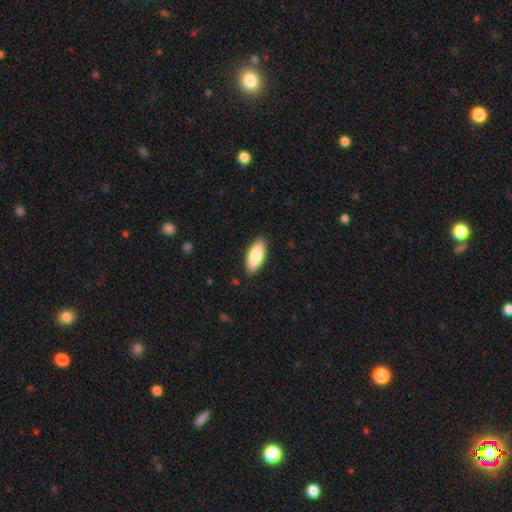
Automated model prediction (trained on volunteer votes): A smooth galaxy with no disk features (85%) that is in between round and cigar-shaped (86%). Merging: none (88%).